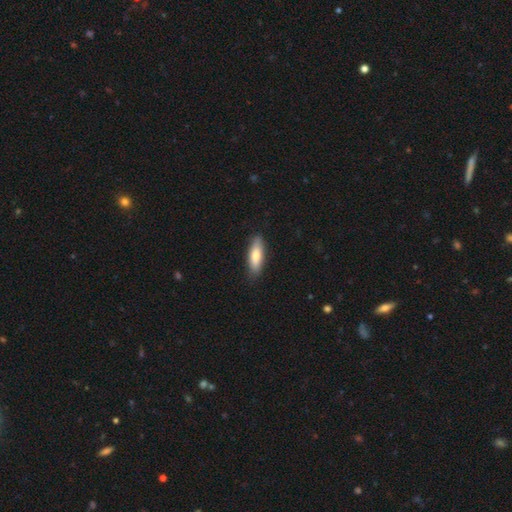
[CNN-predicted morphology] A smooth galaxy with no disk features (74%) that is in between round and cigar-shaped (55%).

Vote fractions:
- Smooth or featured? smooth: 74% / featured or disk: 20% / star or artifact: 6%
- How rounded? in between: 55% / cigar-shaped: 43% / round: 2%
- Merging? none: 86% / minor disturbance: 11% / major disturbance: 2% / merger: 1%